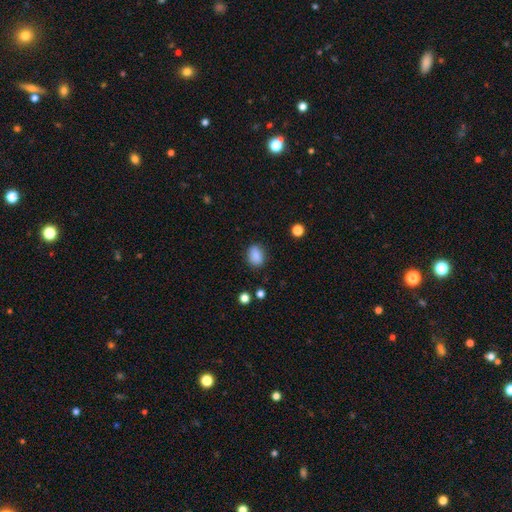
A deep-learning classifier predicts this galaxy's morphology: smooth 87%, star or artifact 9%, featured or disk 5%. Down the decision tree: how rounded — in between (69%); merging — none (82%).